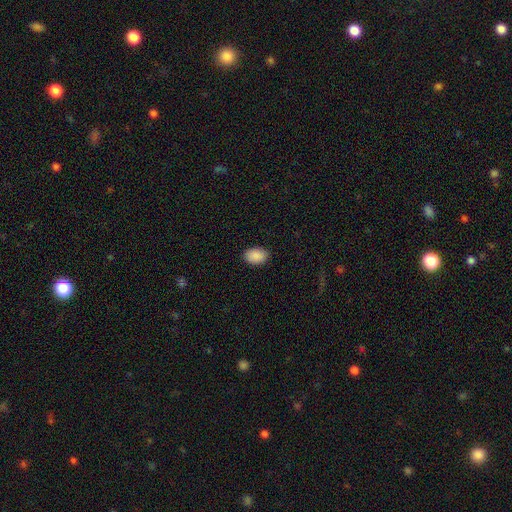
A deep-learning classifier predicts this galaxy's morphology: Overall: smooth (90%). How rounded: in between (85%). Merging: none (87%).